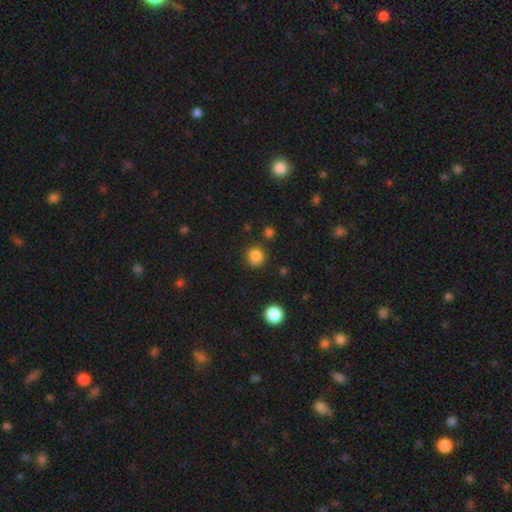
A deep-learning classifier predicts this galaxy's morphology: Q: Smooth or featured?
A: smooth (83%); runner-up: star or artifact (12%)
Q: How rounded?
A: round (90%); runner-up: in between (9%)
Q: Merging?
A: none (83%); runner-up: minor disturbance (11%)